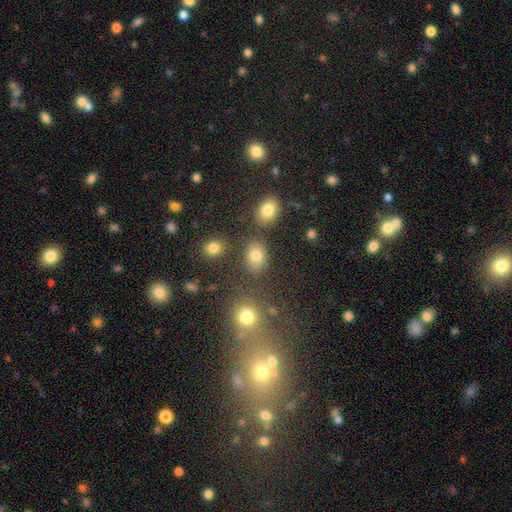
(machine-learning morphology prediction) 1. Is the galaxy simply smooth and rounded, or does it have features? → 78% smooth, 14% star or artifact, 9% featured or disk.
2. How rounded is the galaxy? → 68% in between, 31% round, 1% cigar-shaped.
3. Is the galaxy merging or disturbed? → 76% none, 12% minor disturbance, 8% merger, 4% major disturbance.